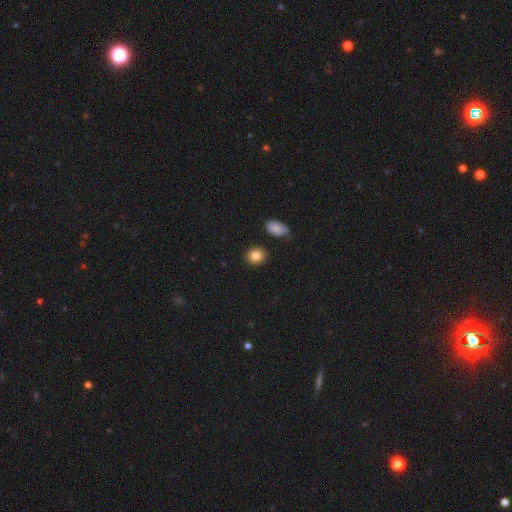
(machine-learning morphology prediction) A smooth galaxy with no disk features (84%) that is round (71%).

Vote fractions:
- Smooth or featured? smooth: 84% / star or artifact: 9% / featured or disk: 7%
- How rounded? round: 71% / in between: 28% / cigar-shaped: 1%
- Merging? none: 88% / minor disturbance: 7% / merger: 3% / major disturbance: 2%